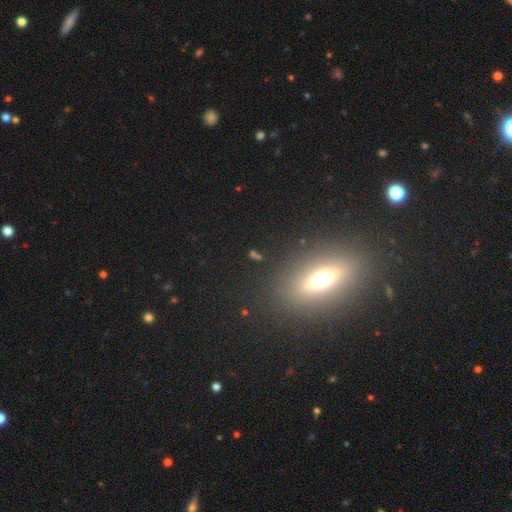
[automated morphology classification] Smooth or featured?
  - smooth: 43% *
  - featured or disk: 30%
  - star or artifact: 26%
Merging?
  - none: 85% *
  - minor disturbance: 8%
  - major disturbance: 4%
  - merger: 3%